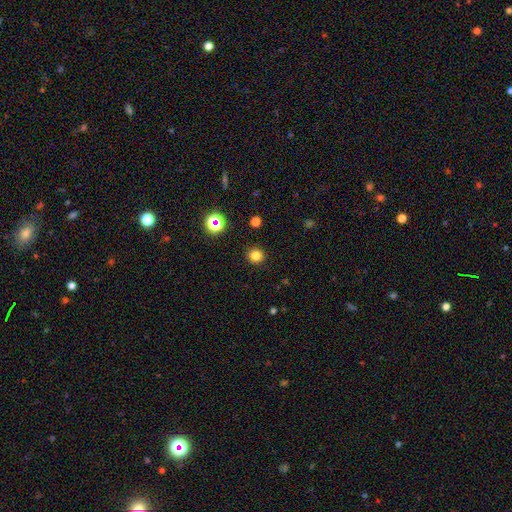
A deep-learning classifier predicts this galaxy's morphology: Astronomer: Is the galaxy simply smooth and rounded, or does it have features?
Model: smooth — 80%.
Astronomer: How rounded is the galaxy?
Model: round — 87%.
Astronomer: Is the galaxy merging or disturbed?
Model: none — 91%.